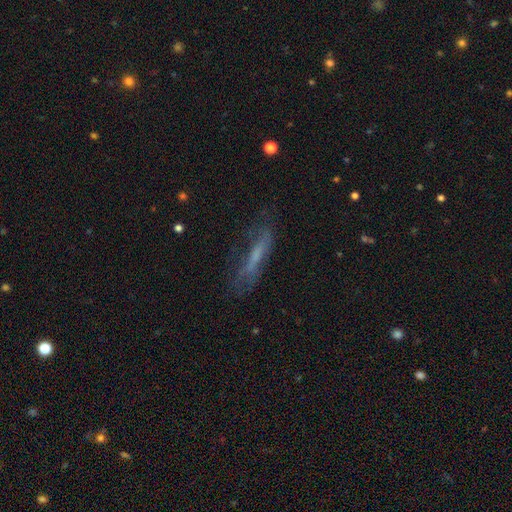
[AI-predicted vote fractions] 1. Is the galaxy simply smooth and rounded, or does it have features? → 44% featured or disk, 43% smooth, 13% star or artifact.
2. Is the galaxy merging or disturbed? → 58% none, 23% minor disturbance, 16% major disturbance, 3% merger.